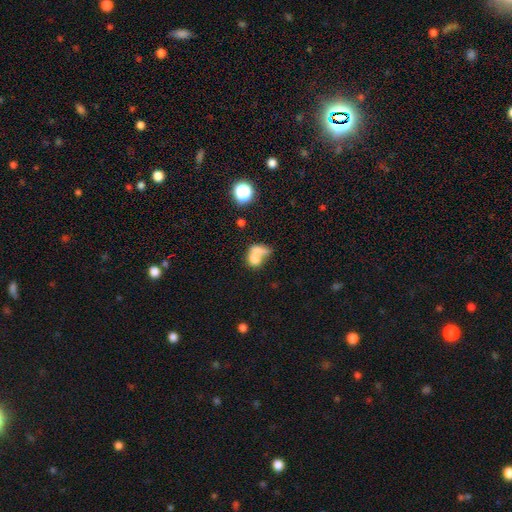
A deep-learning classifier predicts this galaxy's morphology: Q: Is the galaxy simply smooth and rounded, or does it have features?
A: smooth — 71%.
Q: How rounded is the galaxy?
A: in between — 56%.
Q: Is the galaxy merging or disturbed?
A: merger — 64%.